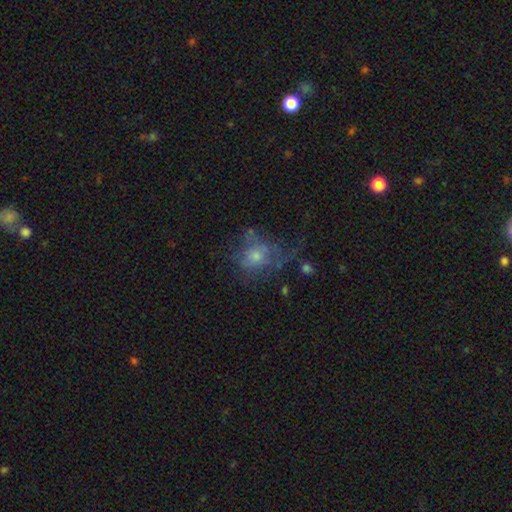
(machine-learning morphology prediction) smooth_or_featured: smooth (p=0.44) [alt: featured or disk p=0.40]
merging: major disturbance (p=0.39) [alt: none p=0.36]